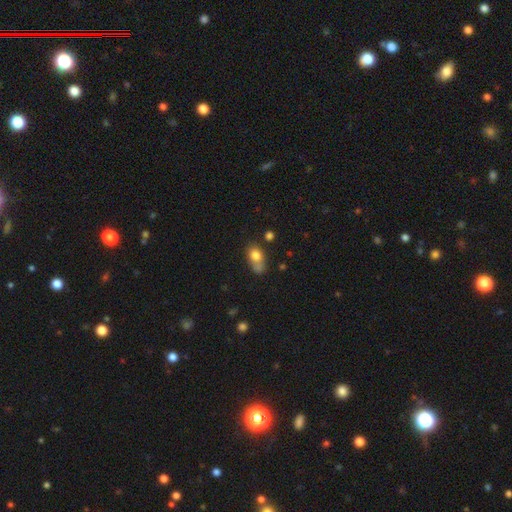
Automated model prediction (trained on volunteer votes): Smooth or featured: smooth — 77% (featured or disk — 13%)
How rounded: in between — 61% (round — 36%)
Merging: none — 37% (merger — 31%)